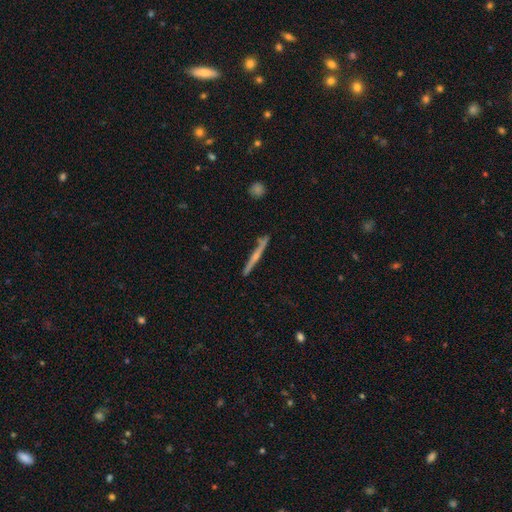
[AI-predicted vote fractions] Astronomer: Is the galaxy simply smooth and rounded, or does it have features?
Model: featured or disk — 70%.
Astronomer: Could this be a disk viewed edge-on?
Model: yes — 97%.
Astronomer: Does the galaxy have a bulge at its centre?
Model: rounded — 69%.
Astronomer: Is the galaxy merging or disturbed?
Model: none — 85%.